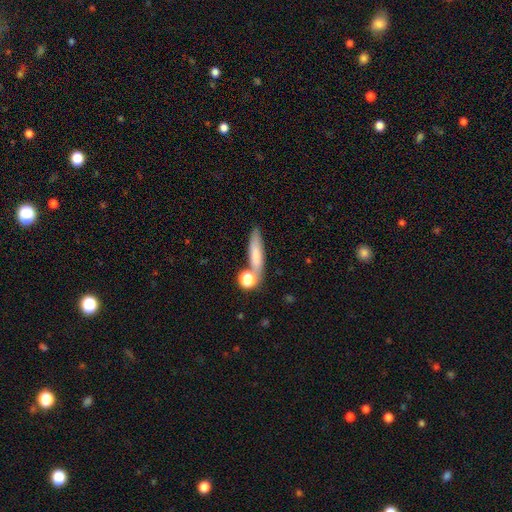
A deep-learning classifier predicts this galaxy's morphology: Smooth or featured? Predicted: smooth (p=0.72). How rounded? Predicted: cigar-shaped (p=0.70). Merging? Predicted: none (p=0.64).